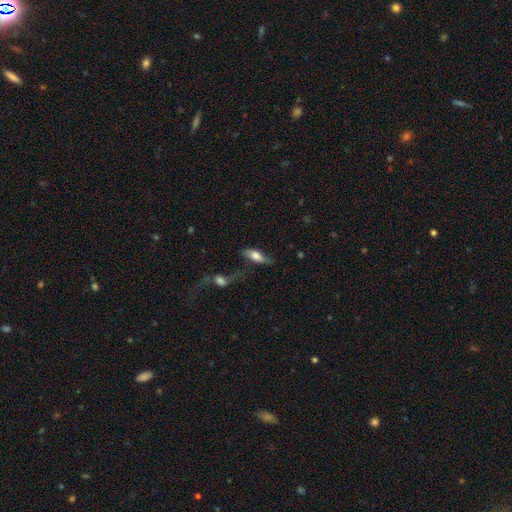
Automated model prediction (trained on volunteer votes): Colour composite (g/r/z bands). It shows a smooth galaxy with no disk features (61%) that is in between round and cigar-shaped (73%). Merging: none (38%).